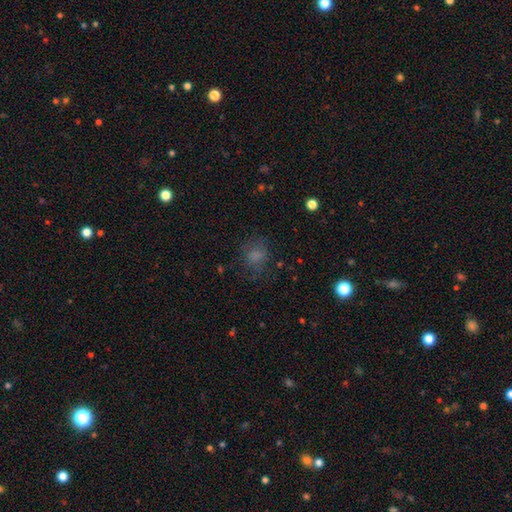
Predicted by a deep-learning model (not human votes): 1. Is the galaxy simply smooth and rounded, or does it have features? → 71% smooth, 17% star or artifact, 12% featured or disk.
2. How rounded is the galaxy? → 71% round, 28% in between, 1% cigar-shaped.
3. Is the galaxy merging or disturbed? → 71% none, 17% minor disturbance, 11% major disturbance, 2% merger.